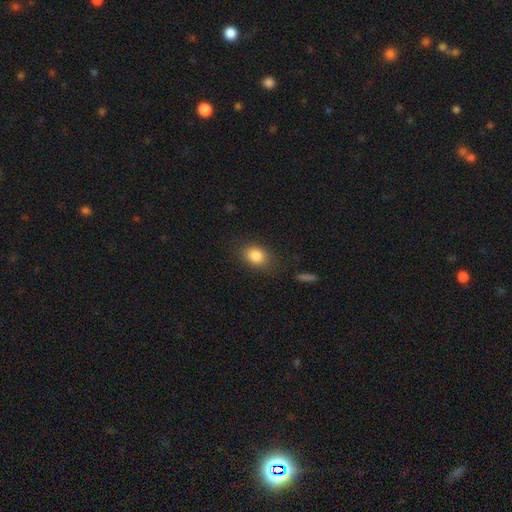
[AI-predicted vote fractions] smooth 84%, star or artifact 9%, featured or disk 7%. Down the decision tree: how rounded — in between (69%); merging — none (81%).